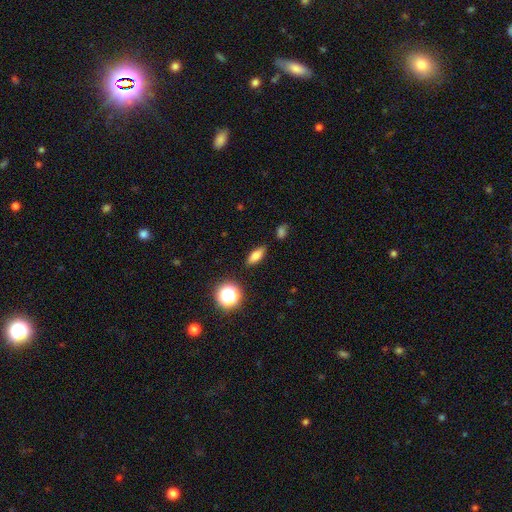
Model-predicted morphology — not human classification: type=smooth (73%); roundness=in between (67%); merging=none (85%).